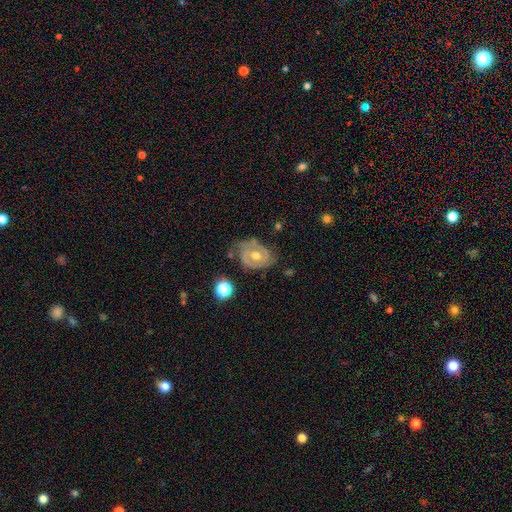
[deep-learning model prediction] Q: Smooth or featured?
A: featured or disk (77%); runner-up: smooth (16%)
Q: Edge-on disk?
A: no (96%); runner-up: yes (4%)
Q: Bar?
A: no (73%); runner-up: weak (22%)
Q: Spiral arms?
A: yes (81%); runner-up: no (19%)
Q: Spiral winding?
A: tight (60%); runner-up: medium (31%)
Q: Spiral arm count?
A: 2 (55%); runner-up: can't tell (24%)
Q: Bulge size?
A: moderate (75%); runner-up: small (19%)
Q: Merging?
A: none (59%); runner-up: minor disturbance (27%)